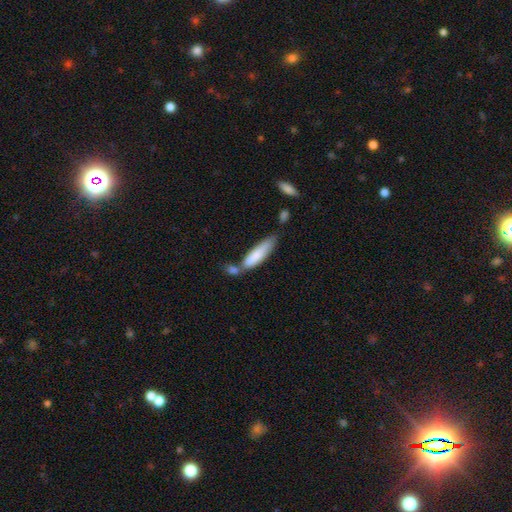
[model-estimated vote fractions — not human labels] smooth_or_featured: smooth (p=0.78) [alt: featured or disk p=0.16]
how_rounded: cigar-shaped (p=0.66) [alt: in between p=0.32]
merging: none (p=0.40) [alt: merger p=0.32]